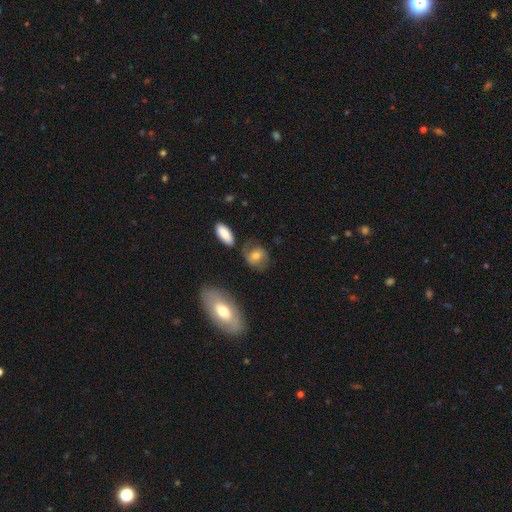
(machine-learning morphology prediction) A smooth galaxy with no disk features (52%) that is round (52%). Merging: none (62%).